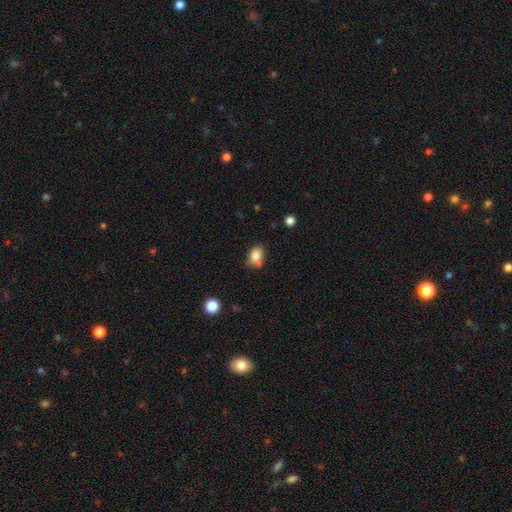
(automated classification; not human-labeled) Smooth or featured: smooth — 82% (star or artifact — 10%)
How rounded: in between — 68% (round — 30%)
Merging: none — 57% (minor disturbance — 26%)